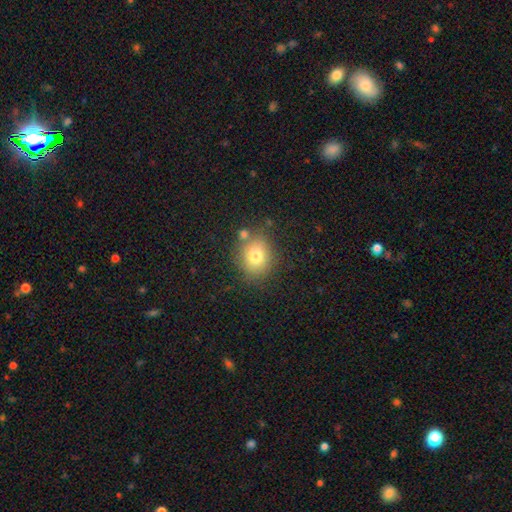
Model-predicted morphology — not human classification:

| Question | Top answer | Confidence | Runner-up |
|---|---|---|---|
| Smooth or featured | smooth | 76% | featured or disk (12%) |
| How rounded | round | 69% | in between (30%) |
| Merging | none | 75% | minor disturbance (13%) |